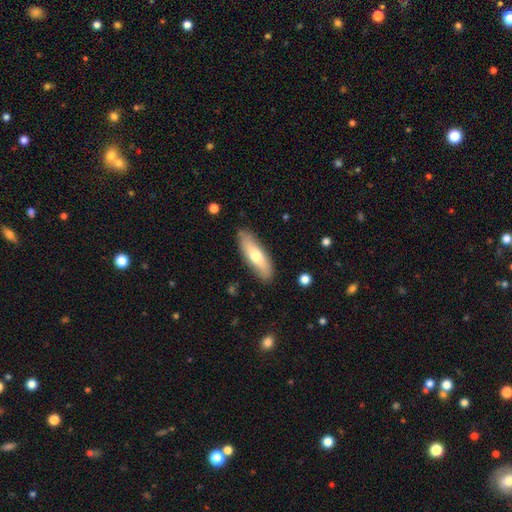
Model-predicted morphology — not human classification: This is likely a smooth galaxy (66%). How rounded: possibly cigar-shaped (53%). Merging: clearly none (85%).